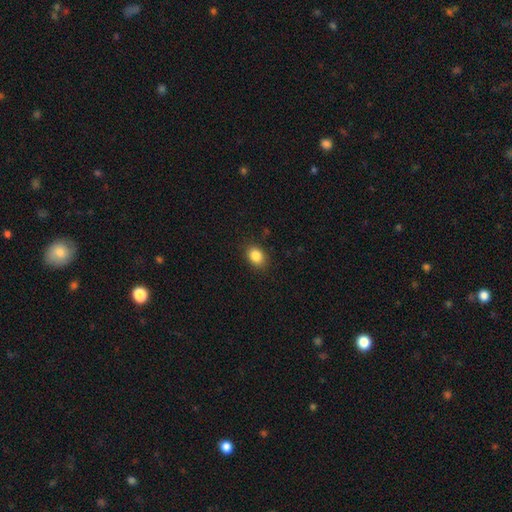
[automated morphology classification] smooth 86%, star or artifact 10%, featured or disk 5%. Down the decision tree: how rounded — in between (64%); merging — none (87%).